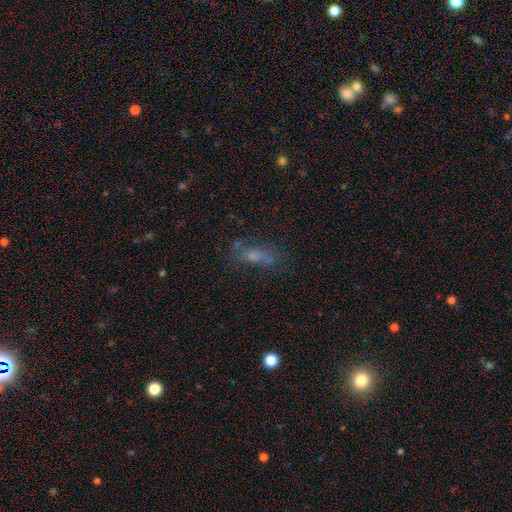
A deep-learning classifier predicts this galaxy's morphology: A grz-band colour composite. It shows a smooth galaxy with no disk features (52%) that is in between round and cigar-shaped (61%). Merging: none (53%).